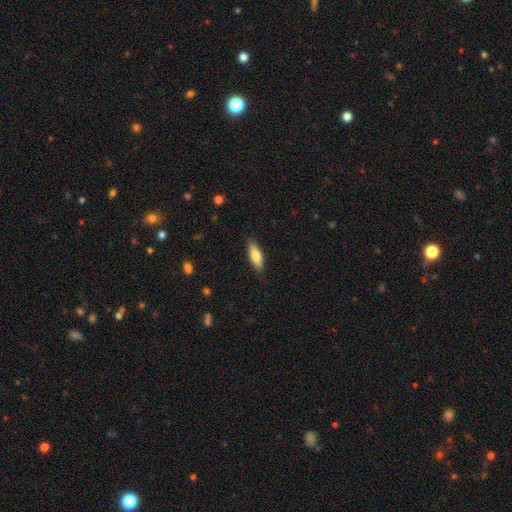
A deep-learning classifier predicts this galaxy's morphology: type=smooth (76%); roundness=in between (55%); merging=none (87%).